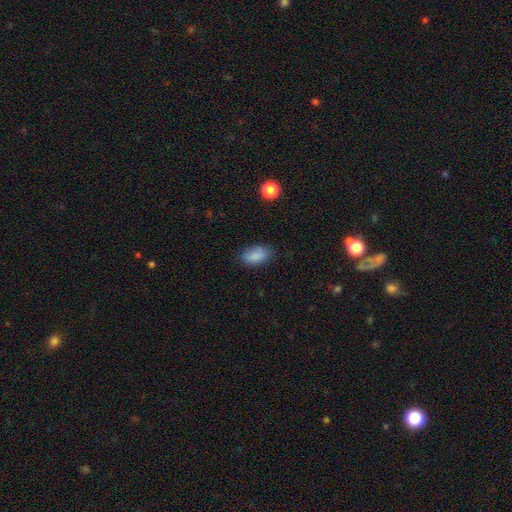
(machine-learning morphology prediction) This appears to be a smooth galaxy with no disk features (86%) that is in between round and cigar-shaped (91%). Merging: none (77%).